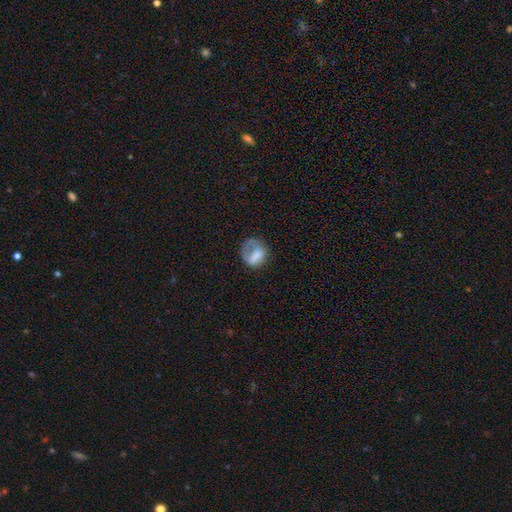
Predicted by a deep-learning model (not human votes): Smooth or featured: smooth — 64% (featured or disk — 27%)
How rounded: round — 67% (in between — 32%)
Merging: none — 41% (major disturbance — 31%)